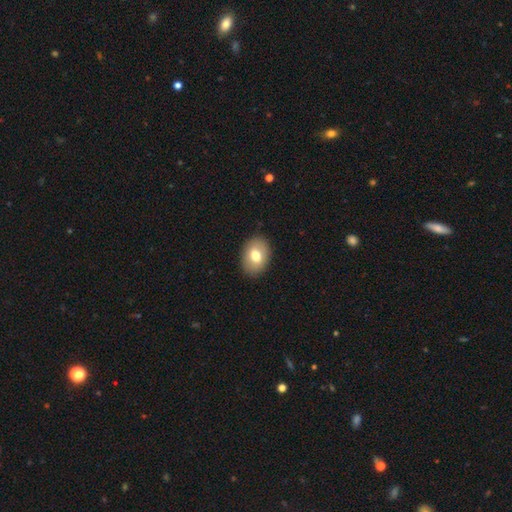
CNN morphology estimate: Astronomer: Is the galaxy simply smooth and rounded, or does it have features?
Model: smooth — 74%.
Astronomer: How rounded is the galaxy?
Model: in between — 74%.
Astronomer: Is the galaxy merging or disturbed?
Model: none — 88%.